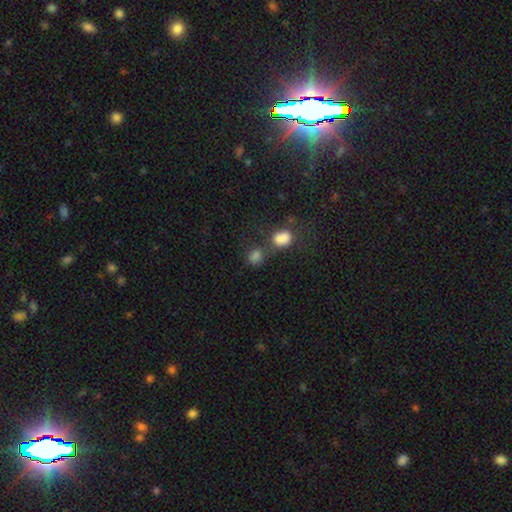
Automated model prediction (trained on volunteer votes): This is likely a smooth galaxy (79%). How rounded: likely round (60%). Merging: possibly none (48%).